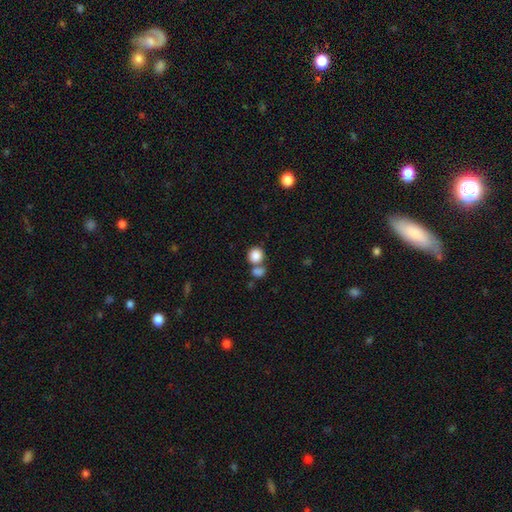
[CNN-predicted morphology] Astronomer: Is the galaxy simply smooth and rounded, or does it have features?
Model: smooth — 85%.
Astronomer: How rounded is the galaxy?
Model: round — 85%.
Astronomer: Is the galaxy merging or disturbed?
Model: none — 51% (runner-up: merger, 37%).